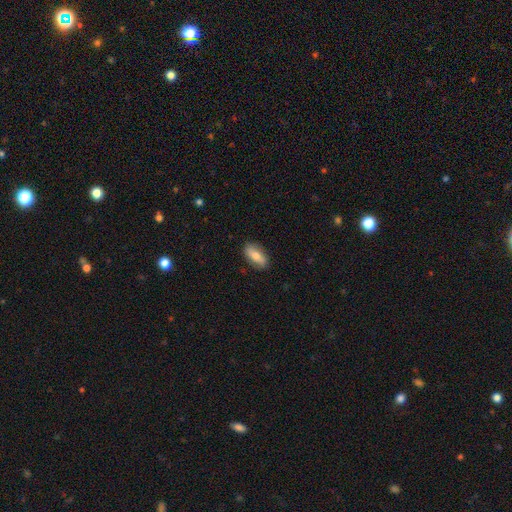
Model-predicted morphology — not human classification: Q: Smooth or featured?
A: smooth (66%); runner-up: featured or disk (27%)
Q: How rounded?
A: in between (81%); runner-up: cigar-shaped (15%)
Q: Merging?
A: none (85%); runner-up: minor disturbance (11%)